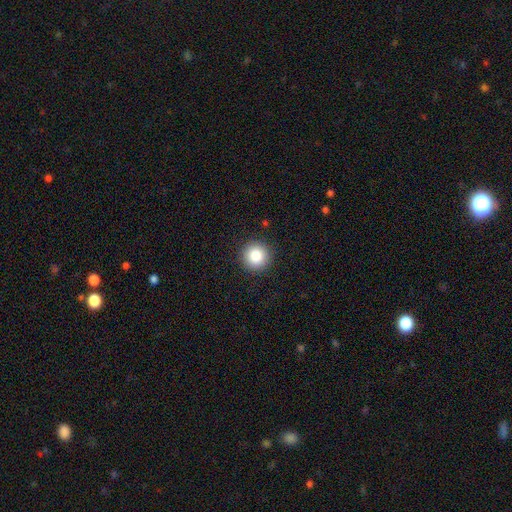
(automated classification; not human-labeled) smooth-or-featured: smooth: 86% | star or artifact: 9% | featured or disk: 5%
  how-rounded: round: 96% | in between: 3% | cigar-shaped: 1%
  merging: none: 92% | minor disturbance: 5% | major disturbance: 2% | merger: 1%